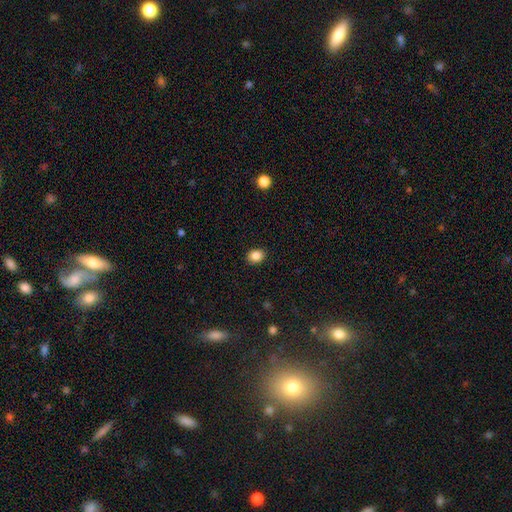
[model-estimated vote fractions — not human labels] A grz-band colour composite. It shows a smooth galaxy with no disk features (86%) that is in between round and cigar-shaped (52%). Merging: none (90%).